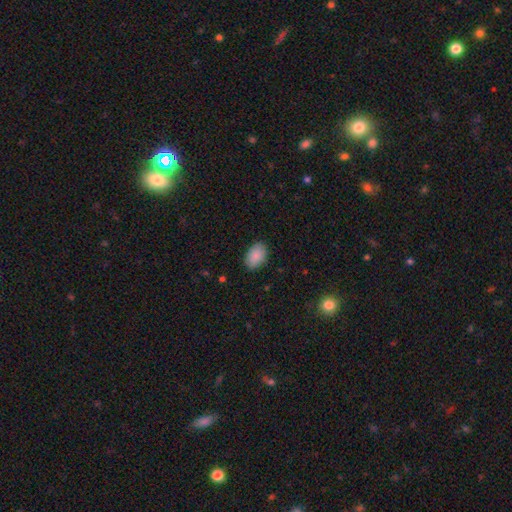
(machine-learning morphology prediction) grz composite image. It shows a smooth galaxy with no disk features (89%) that is in between round and cigar-shaped (89%). Merging: none (87%).